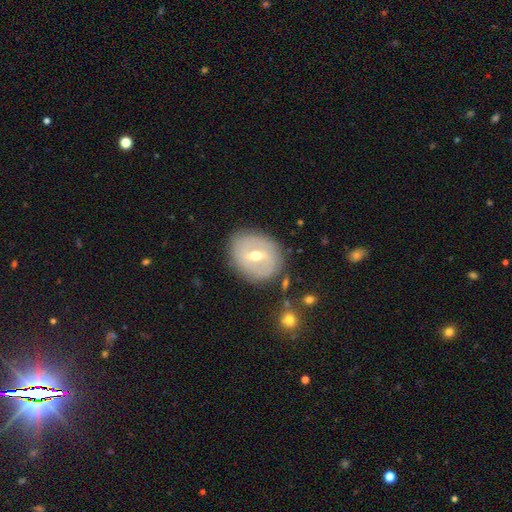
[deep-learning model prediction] This appears to be a featured or disk galaxy (64%) with a weak bar (51%), spiral arms (54%) and a moderate central bulge (66%). Merging: none (80%).